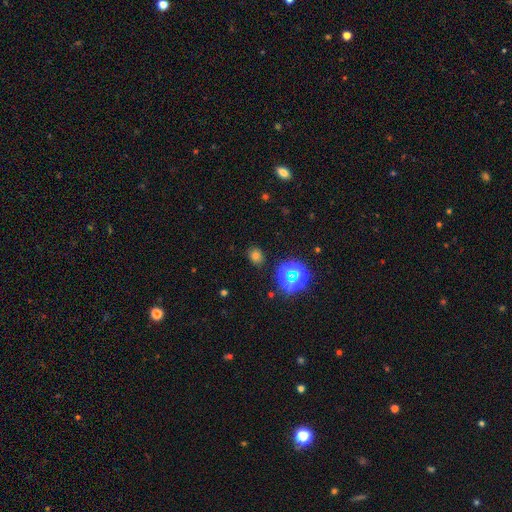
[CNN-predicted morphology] Smooth or featured?
  - smooth: 66% *
  - star or artifact: 27%
  - featured or disk: 7%
How rounded?
  - round: 67% *
  - in between: 32%
  - cigar-shaped: 1%
Merging?
  - none: 85% *
  - minor disturbance: 10%
  - major disturbance: 3%
  - merger: 2%